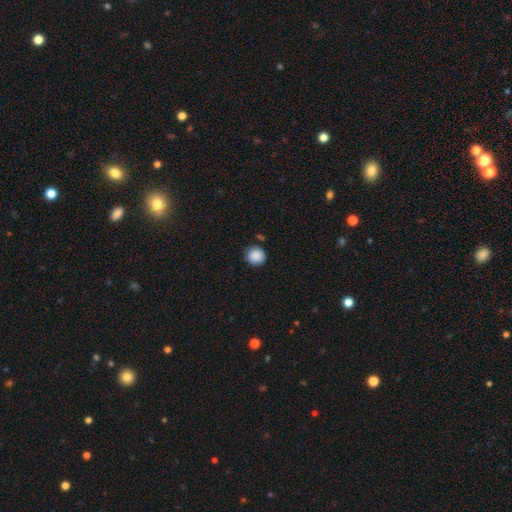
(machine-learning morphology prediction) A smooth galaxy with no disk features (89%) that is round (93%).

Vote fractions:
- Smooth or featured? smooth: 89% / star or artifact: 8% / featured or disk: 3%
- How rounded? round: 93% / in between: 6% / cigar-shaped: 1%
- Merging? none: 86% / minor disturbance: 9% / merger: 3% / major disturbance: 2%